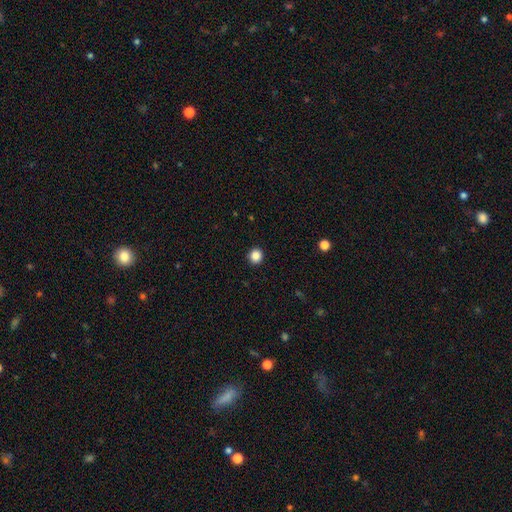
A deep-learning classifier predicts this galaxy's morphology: smooth 86%, star or artifact 11%, featured or disk 3%. Down the decision tree: how rounded — round (92%); merging — none (92%).